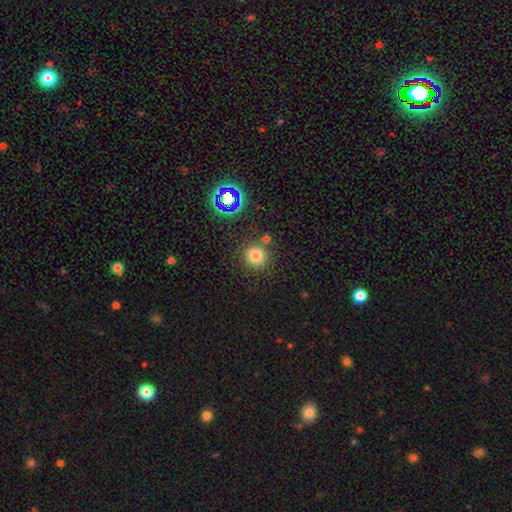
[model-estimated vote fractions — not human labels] A smooth galaxy with no disk features (76%) that is round (93%).

Vote fractions:
- Smooth or featured? smooth: 76% / star or artifact: 17% / featured or disk: 7%
- How rounded? round: 93% / in between: 6% / cigar-shaped: 1%
- Merging? none: 81% / minor disturbance: 8% / merger: 8% / major disturbance: 3%